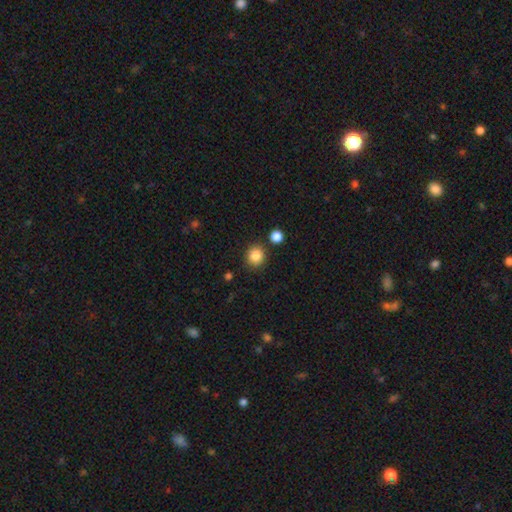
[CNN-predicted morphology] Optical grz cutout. It shows a smooth galaxy with no disk features (85%) that is round (83%). Merging: none (85%).